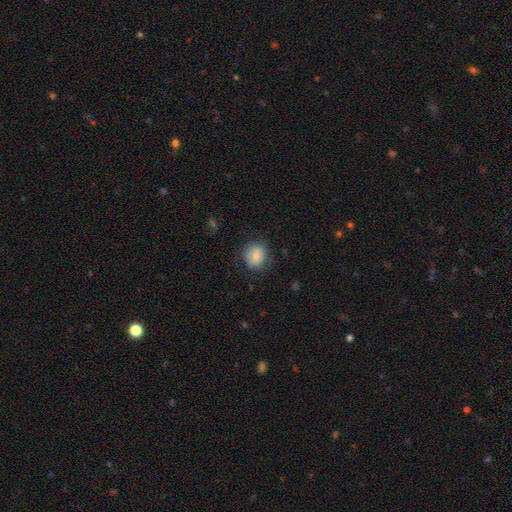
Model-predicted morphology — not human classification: A smooth galaxy with no disk features (82%) that is round (78%).

Vote fractions:
- Smooth or featured? smooth: 82% / featured or disk: 10% / star or artifact: 8%
- How rounded? round: 78% / in between: 22% / cigar-shaped: 1%
- Merging? none: 75% / minor disturbance: 18% / major disturbance: 6% / merger: 1%